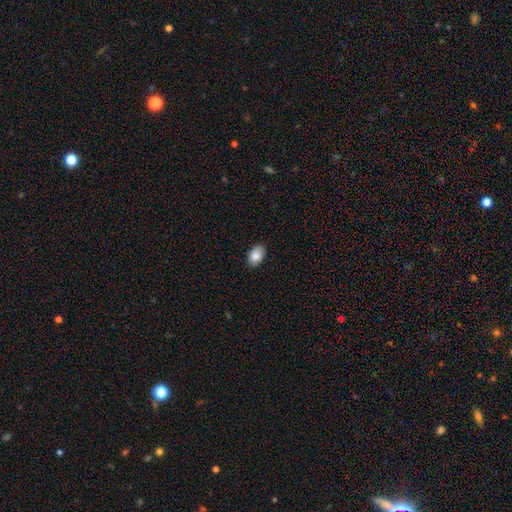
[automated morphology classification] A smooth galaxy with no disk features (87%) that is in between round and cigar-shaped (90%). Merging: none (86%).